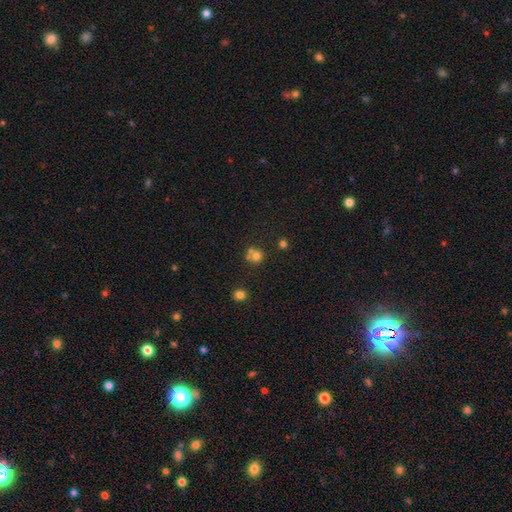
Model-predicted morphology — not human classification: This appears to be a smooth galaxy with no disk features (71%) that is round (84%). Merging: none (48%).